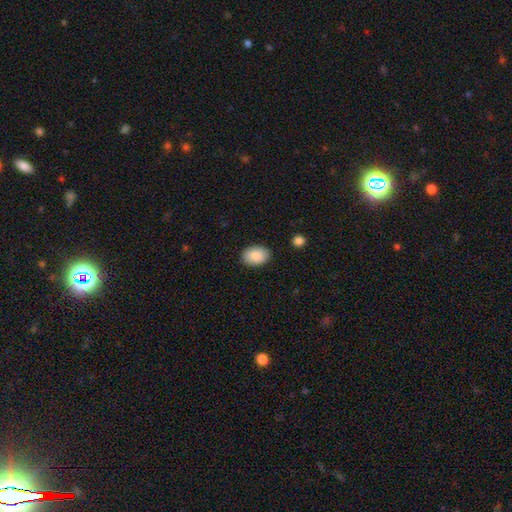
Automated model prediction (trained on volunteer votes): A smooth galaxy with no disk features (88%) that is in between round and cigar-shaped (84%).

Vote fractions:
- Smooth or featured? smooth: 88% / star or artifact: 7% / featured or disk: 6%
- How rounded? in between: 84% / round: 15% / cigar-shaped: 1%
- Merging? none: 88% / minor disturbance: 9% / major disturbance: 2% / merger: 1%